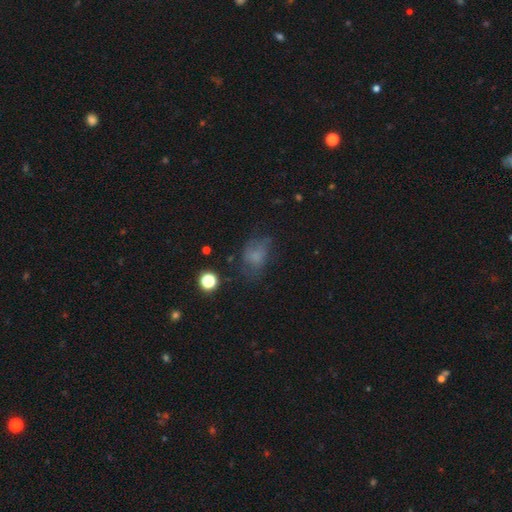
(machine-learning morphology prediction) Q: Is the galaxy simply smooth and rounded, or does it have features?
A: smooth — 60%.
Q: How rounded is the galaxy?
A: in between — 69%.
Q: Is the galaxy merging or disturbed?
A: none — 48%.